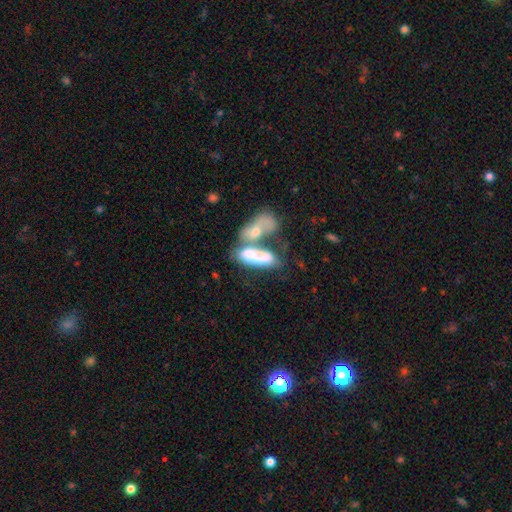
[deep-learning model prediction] A smooth galaxy with no disk features (62%) that is in between round and cigar-shaped (70%). Merging: merger (68%).